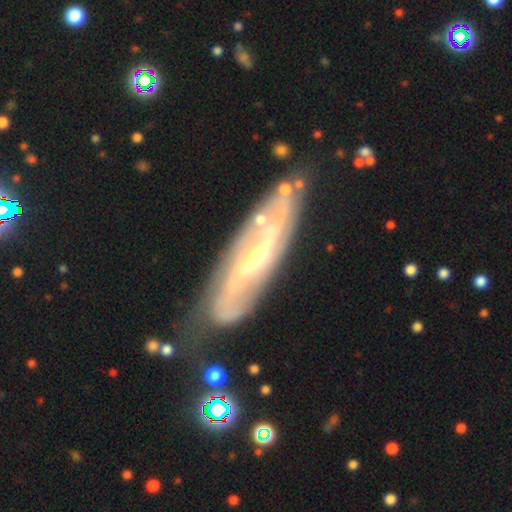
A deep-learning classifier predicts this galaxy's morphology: A featured or disk galaxy (82%) with a weak bar (41%), 2 (72%) medium (40%) spiral arms (92%) and a small central bulge (53%). Merging: none (72%).